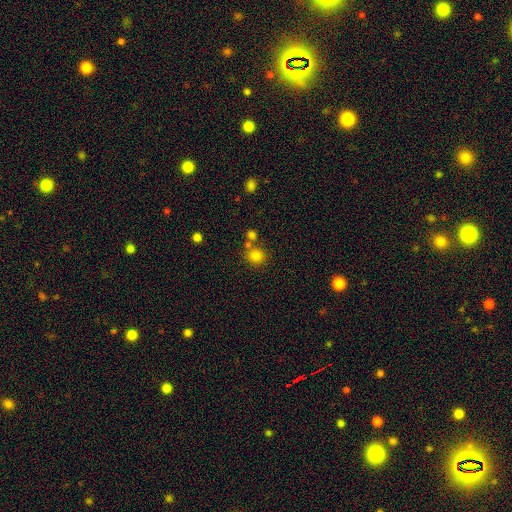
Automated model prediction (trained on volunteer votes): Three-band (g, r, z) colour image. It shows a smooth galaxy with no disk features (81%) that is round (87%). Merging: none (70%).